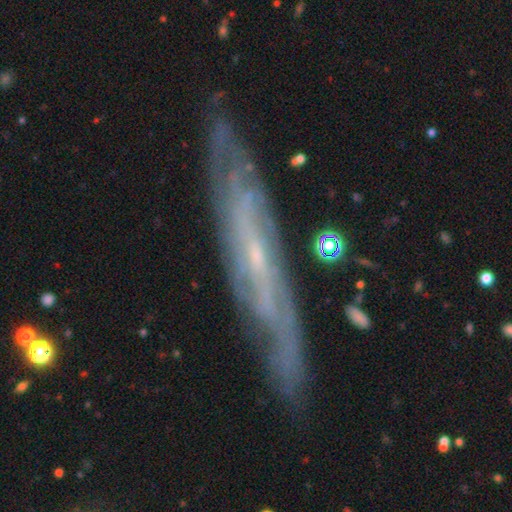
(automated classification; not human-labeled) featured or disk 81%, smooth 11%, star or artifact 8%. Down the decision tree: edge-on disk — no (57%); merging — none (81%).